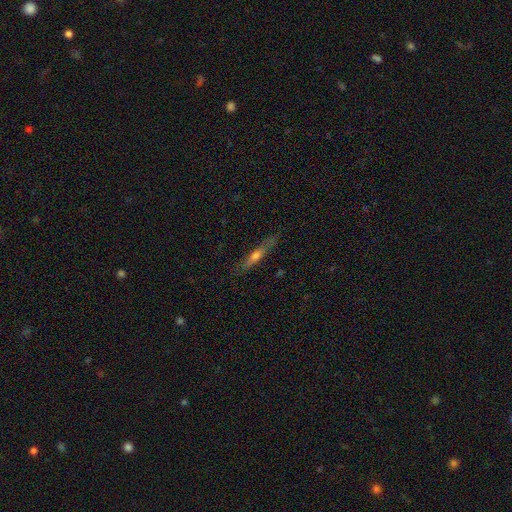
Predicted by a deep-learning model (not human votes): smooth-or-featured: featured or disk: 58% | smooth: 35% | star or artifact: 7%
  disk-edge-on: yes: 95% | no: 5%
    edge-on-bulge: rounded: 82% | none: 13% | boxy: 6%
  merging: none: 83% | minor disturbance: 13% | major disturbance: 3% | merger: 1%